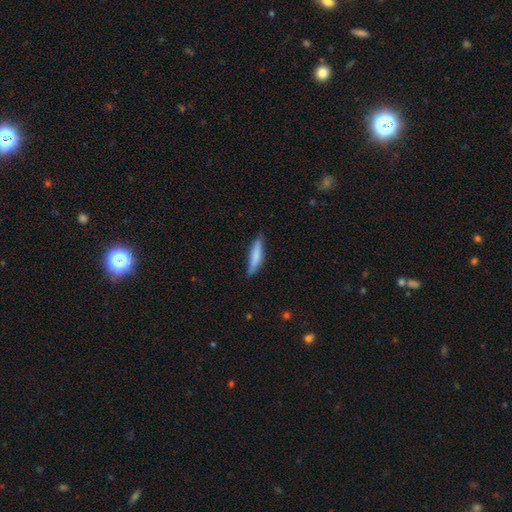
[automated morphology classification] This appears to be a smooth galaxy with no disk features (73%) that is cigar-shaped (84%). Merging: none (78%).